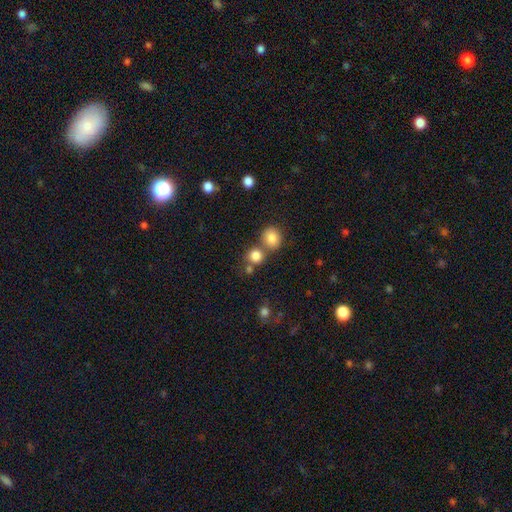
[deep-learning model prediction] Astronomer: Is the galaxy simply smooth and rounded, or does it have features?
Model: smooth — 81%.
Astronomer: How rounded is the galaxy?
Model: round — 85%.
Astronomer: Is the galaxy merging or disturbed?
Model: none — 57%.